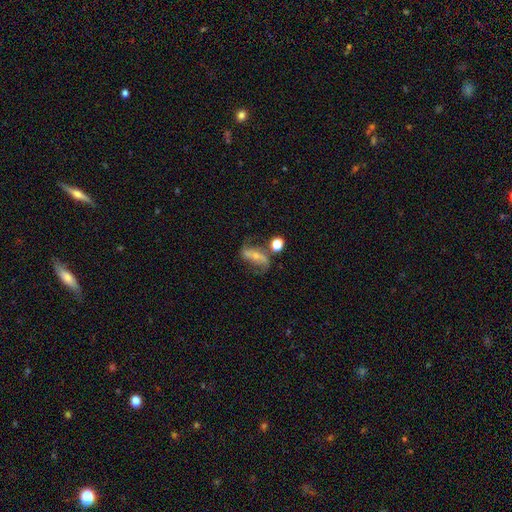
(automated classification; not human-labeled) featured or disk 70%, smooth 20%, star or artifact 10%. Down the decision tree: edge-on disk — no (92%); bar — strong (45%); spiral arms — yes (86%); spiral arm count — 2 (88%); spiral winding — loose (70%); bulge size — small (58%); merging — none (52%).